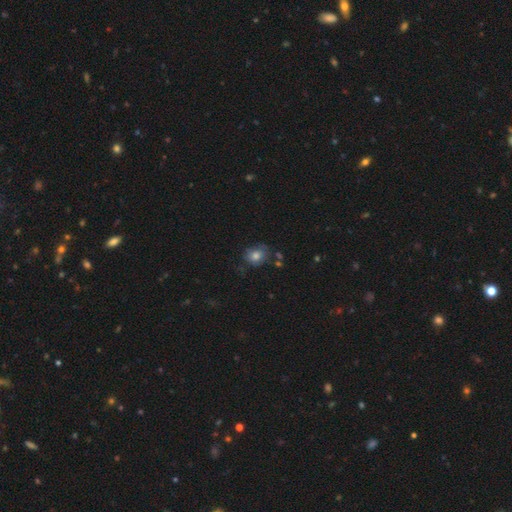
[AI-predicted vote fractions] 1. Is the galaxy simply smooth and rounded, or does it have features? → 76% smooth, 13% featured or disk, 11% star or artifact.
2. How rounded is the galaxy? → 61% round, 38% in between, 1% cigar-shaped.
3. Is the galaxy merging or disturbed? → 64% none, 24% minor disturbance, 7% major disturbance, 5% merger.